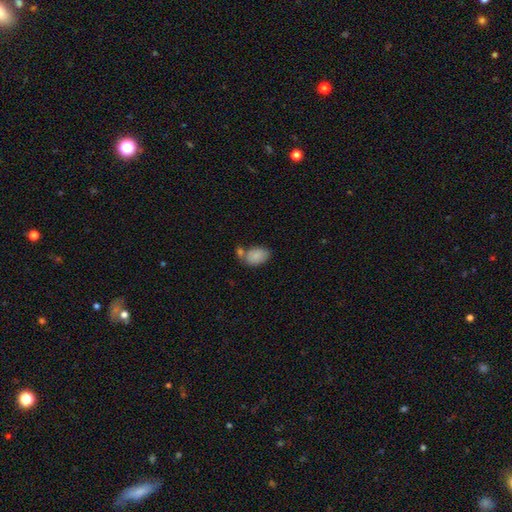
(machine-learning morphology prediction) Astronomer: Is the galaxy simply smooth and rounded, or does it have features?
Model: smooth — 86%.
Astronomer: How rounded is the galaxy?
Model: in between — 90%.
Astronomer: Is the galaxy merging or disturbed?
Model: none — 50% (runner-up: merger, 27%).